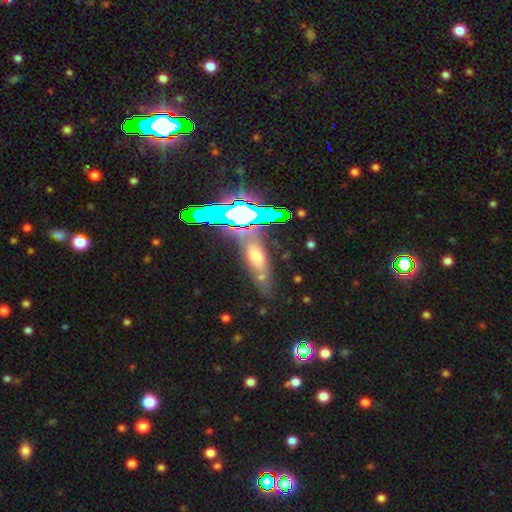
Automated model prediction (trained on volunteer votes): A smooth galaxy with no disk features (42%).

Vote fractions:
- Smooth or featured? smooth: 42% / featured or disk: 32% / star or artifact: 26%
- Merging? none: 67% / minor disturbance: 17% / merger: 9% / major disturbance: 7%